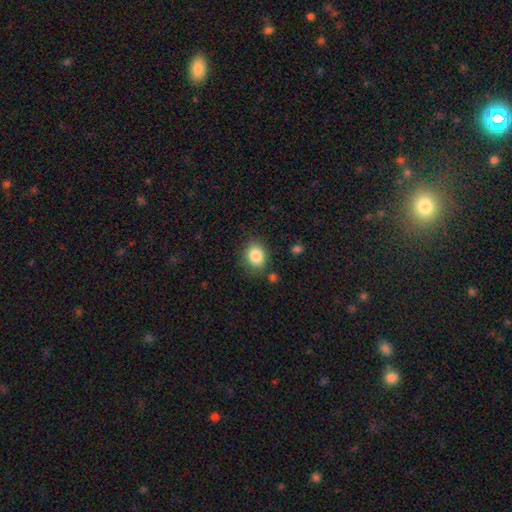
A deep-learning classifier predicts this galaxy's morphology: smooth-or-featured: smooth: 85% | star or artifact: 9% | featured or disk: 6%
  how-rounded: round: 54% | in between: 45% | cigar-shaped: 1%
  merging: none: 79% | minor disturbance: 14% | major disturbance: 4% | merger: 3%